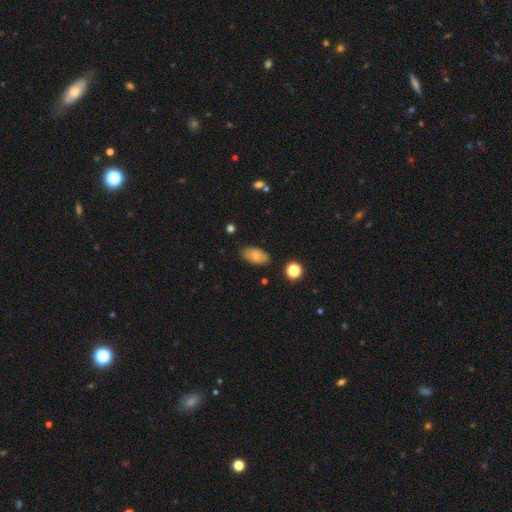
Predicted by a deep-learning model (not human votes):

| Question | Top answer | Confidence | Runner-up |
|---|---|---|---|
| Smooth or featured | smooth | 77% | featured or disk (15%) |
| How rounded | in between | 93% | round (5%) |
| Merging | none | 83% | minor disturbance (13%) |